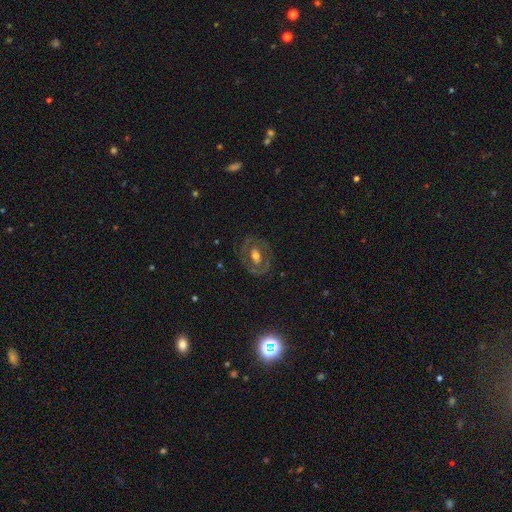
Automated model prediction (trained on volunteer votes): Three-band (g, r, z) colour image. It shows a featured or disk galaxy (64%) with no bar (60%), no spiral arms (66%) and a moderate central bulge (66%). Merging: none (75%).